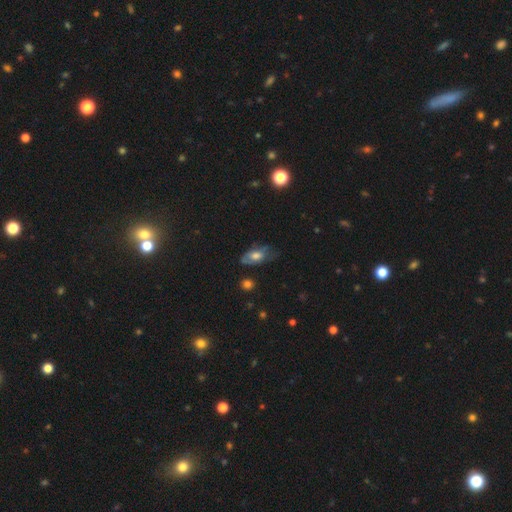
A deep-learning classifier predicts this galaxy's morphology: Overall: smooth (56%; featured or disk 35%). How rounded: in between (87%). Merging: none (47%; minor disturbance 34%).